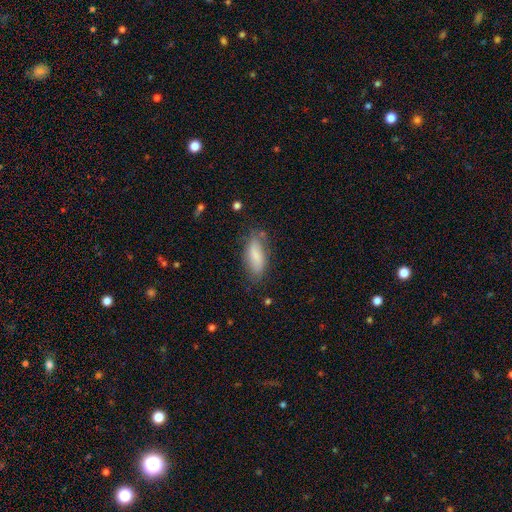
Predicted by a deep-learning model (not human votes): smooth-or-featured: smooth: 79% | featured or disk: 14% | star or artifact: 7%
  how-rounded: in between: 73% | cigar-shaped: 25% | round: 2%
  merging: none: 69% | minor disturbance: 22% | major disturbance: 6% | merger: 3%